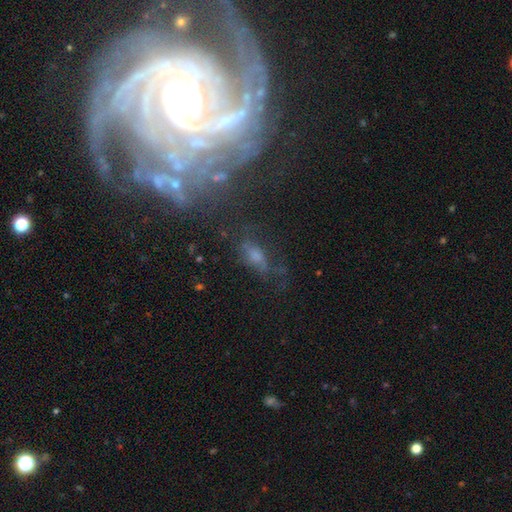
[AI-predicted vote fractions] smooth 39%, featured or disk 38%, star or artifact 23%. Down the decision tree: merging — none (47%).